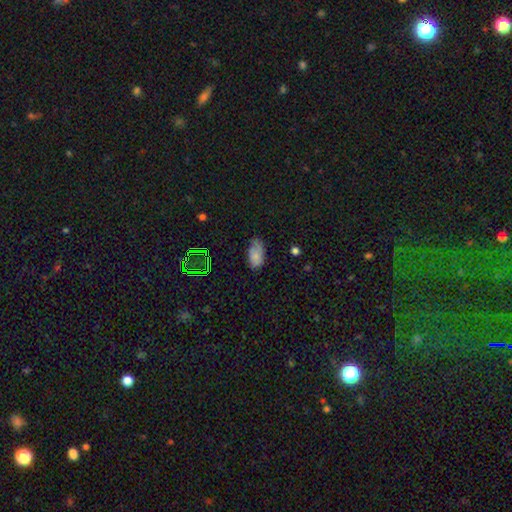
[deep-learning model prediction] A smooth galaxy with no disk features (74%) that is in between round and cigar-shaped (93%).

Vote fractions:
- Smooth or featured? smooth: 74% / star or artifact: 14% / featured or disk: 13%
- How rounded? in between: 93% / round: 4% / cigar-shaped: 2%
- Merging? none: 56% / minor disturbance: 33% / major disturbance: 9% / merger: 2%